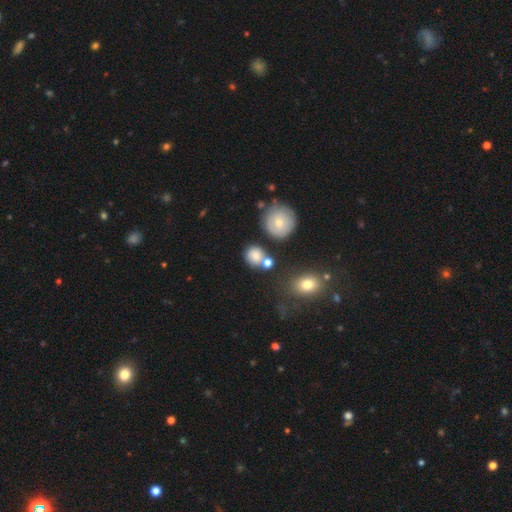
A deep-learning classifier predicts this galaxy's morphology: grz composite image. It shows a smooth galaxy with no disk features (79%) that is round (82%). Merging: none (66%).